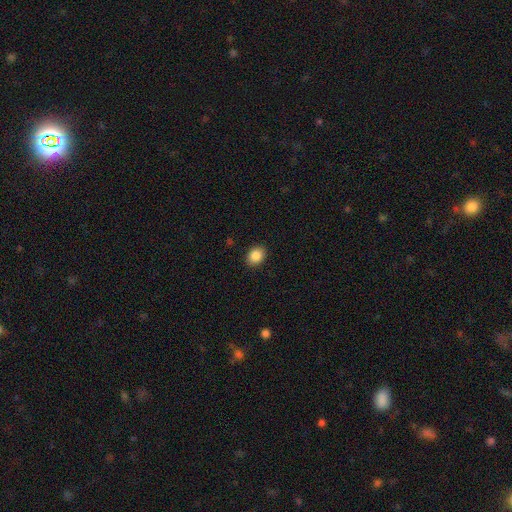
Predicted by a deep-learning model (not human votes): Morphology: type=smooth (88%); roundness=in between (58%); merging=none (90%).